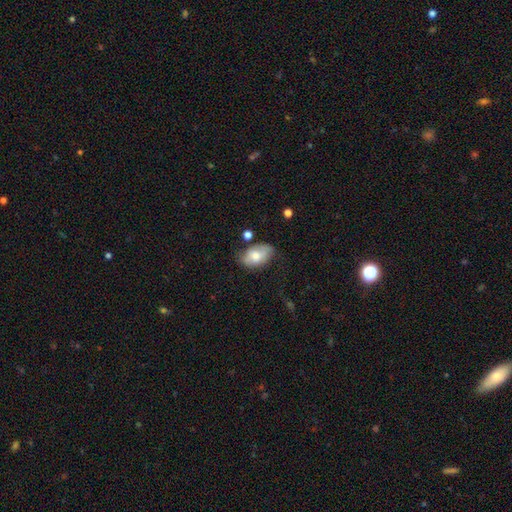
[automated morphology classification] smooth-or-featured: smooth: 70% | featured or disk: 23% | star or artifact: 7%
  how-rounded: in between: 91% | round: 8% | cigar-shaped: 1%
  merging: none: 56% | minor disturbance: 29% | major disturbance: 9% | merger: 5%